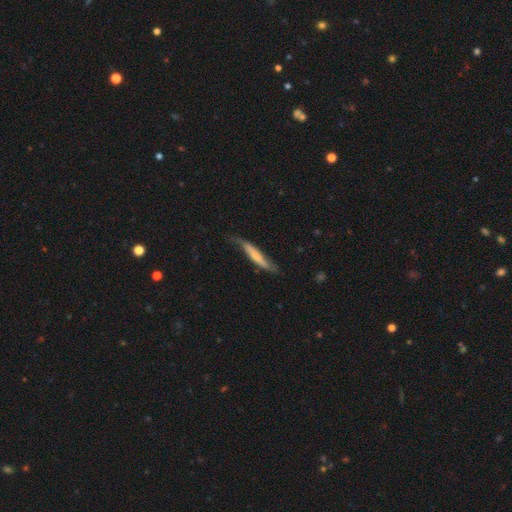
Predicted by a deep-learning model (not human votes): Q: Smooth or featured?
A: smooth (52%); runner-up: featured or disk (43%)
Q: How rounded?
A: cigar-shaped (91%); runner-up: in between (7%)
Q: Merging?
A: none (54%); runner-up: minor disturbance (33%)